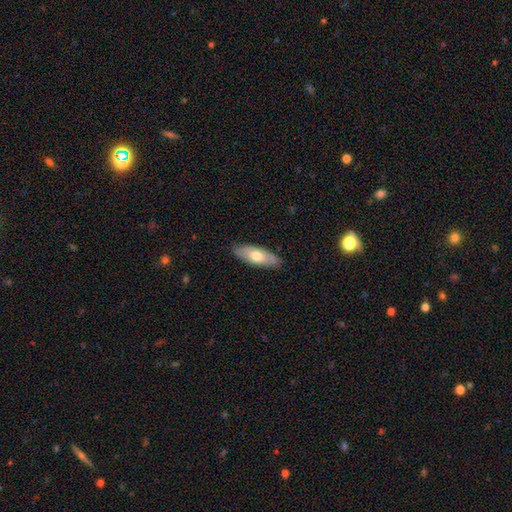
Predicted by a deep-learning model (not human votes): A smooth galaxy with no disk features (63%) that is in between round and cigar-shaped (75%).

Vote fractions:
- Smooth or featured? smooth: 63% / featured or disk: 31% / star or artifact: 5%
- How rounded? in between: 75% / cigar-shaped: 23% / round: 2%
- Merging? none: 85% / minor disturbance: 12% / major disturbance: 2% / merger: 1%